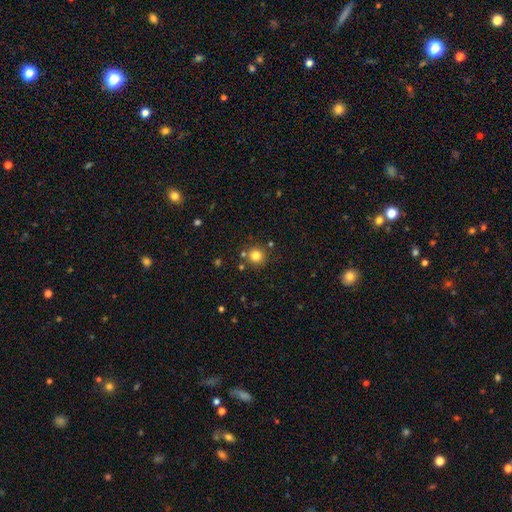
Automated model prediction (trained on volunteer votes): Smooth or featured? smooth (81%)
How rounded? round (93%)
Merging? none (82%)